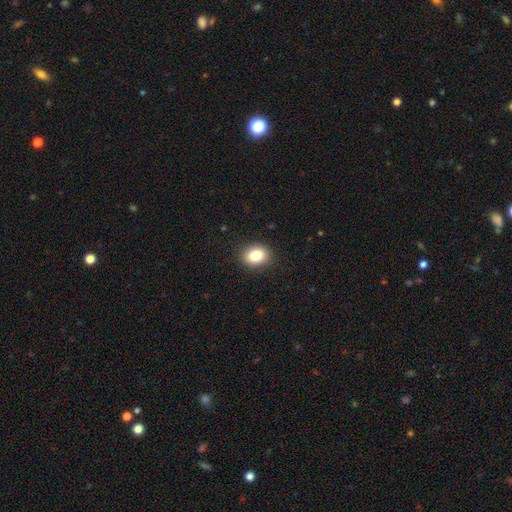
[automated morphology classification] This appears to be a smooth galaxy with no disk features (83%) that is in between round and cigar-shaped (50%). Merging: none (90%).